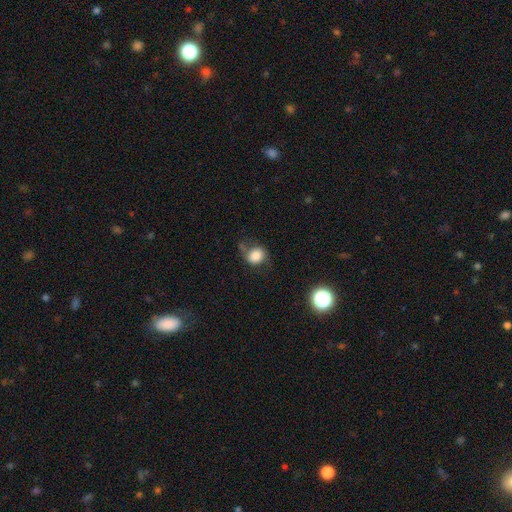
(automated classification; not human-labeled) Smooth or featured? Predicted: smooth (p=0.71). How rounded? Predicted: round (p=0.67). Merging? Predicted: none (p=0.52).